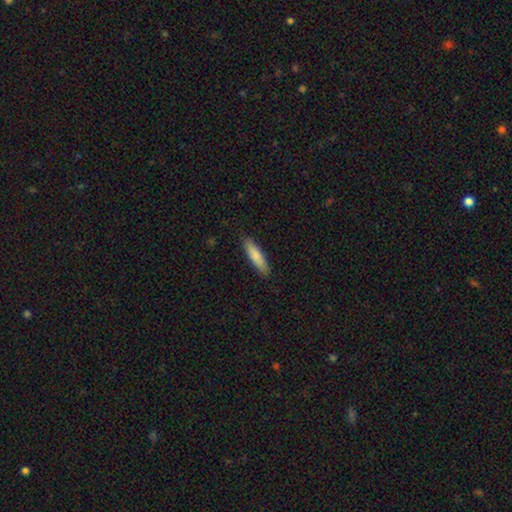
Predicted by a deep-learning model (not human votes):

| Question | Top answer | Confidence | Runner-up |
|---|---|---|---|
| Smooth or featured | smooth | 80% | featured or disk (15%) |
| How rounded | cigar-shaped | 73% | in between (26%) |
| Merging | none | 88% | minor disturbance (9%) |